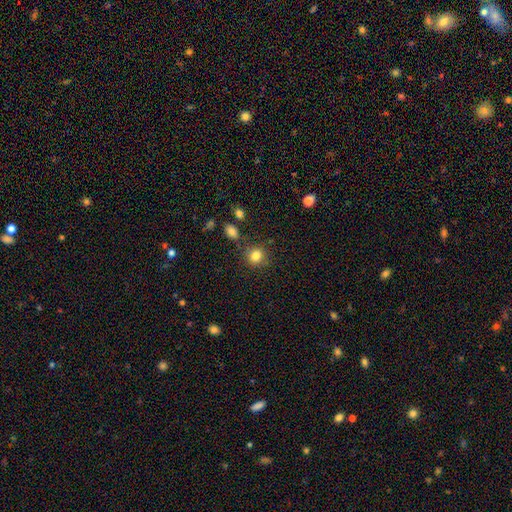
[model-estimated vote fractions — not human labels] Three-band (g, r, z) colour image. It shows a smooth galaxy with no disk features (83%) that is round (79%). Merging: none (80%).